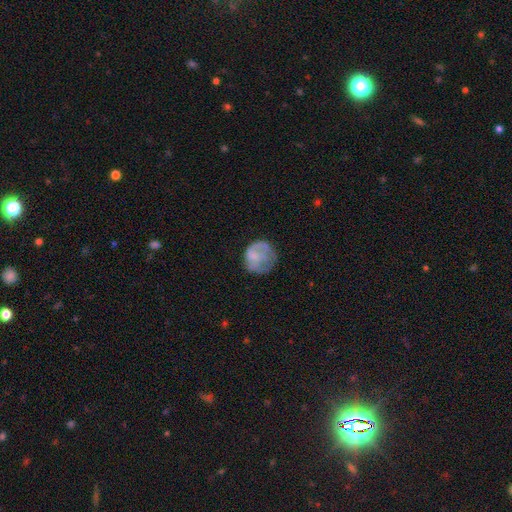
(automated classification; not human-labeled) This is possibly a smooth galaxy (51%). How rounded: clearly round (81%). Merging: possibly none (53%).